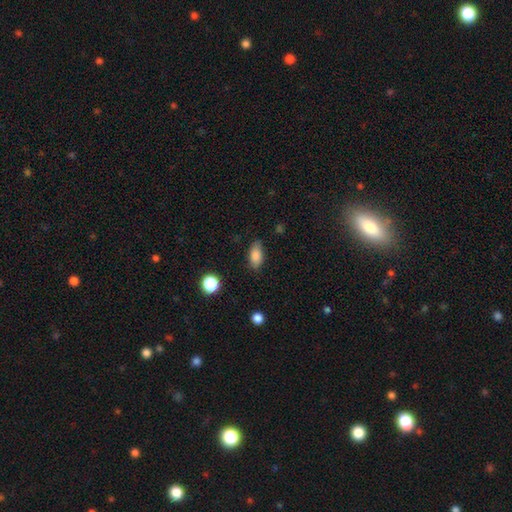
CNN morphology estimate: smooth-or-featured: smooth: 85% | star or artifact: 9% | featured or disk: 7%
  how-rounded: in between: 88% | cigar-shaped: 7% | round: 5%
  merging: none: 79% | minor disturbance: 16% | major disturbance: 4% | merger: 1%